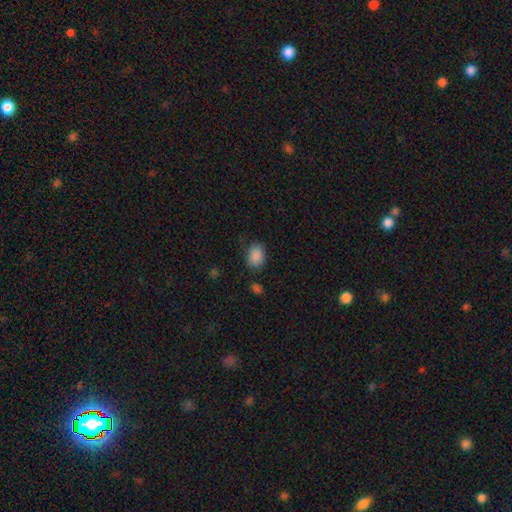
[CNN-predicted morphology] smooth_or_featured: smooth (p=0.88) [alt: star or artifact p=0.09]
how_rounded: in between (p=0.72) [alt: round p=0.27]
merging: none (p=0.79) [alt: minor disturbance p=0.15]